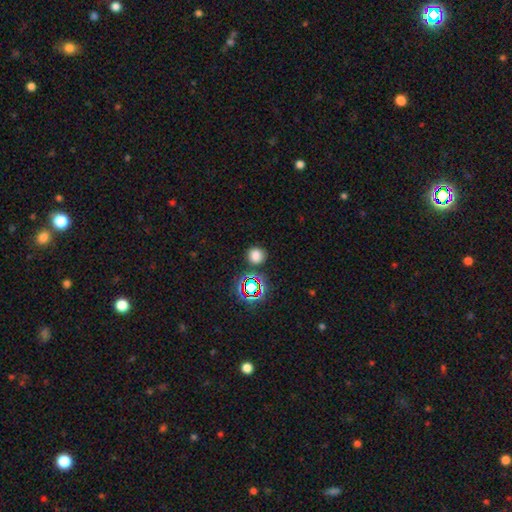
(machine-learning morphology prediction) Overall: smooth (72%). How rounded: round (85%). Merging: none (81%).